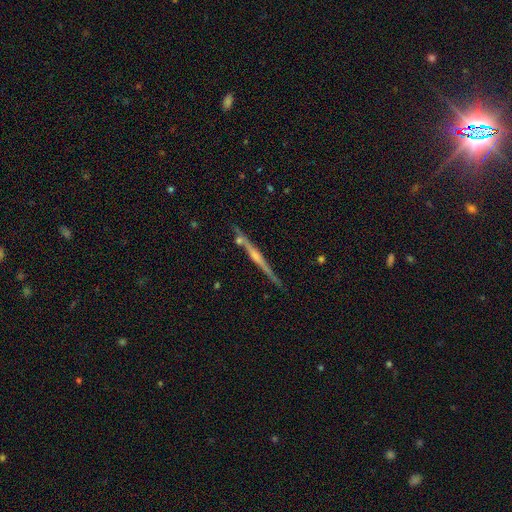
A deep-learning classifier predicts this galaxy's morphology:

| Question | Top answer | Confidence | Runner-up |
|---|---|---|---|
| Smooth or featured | featured or disk | 74% | smooth (19%) |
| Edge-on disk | yes | 98% | no (2%) |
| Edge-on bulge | rounded | 49% | none (40%) |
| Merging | none | 83% | minor disturbance (11%) |